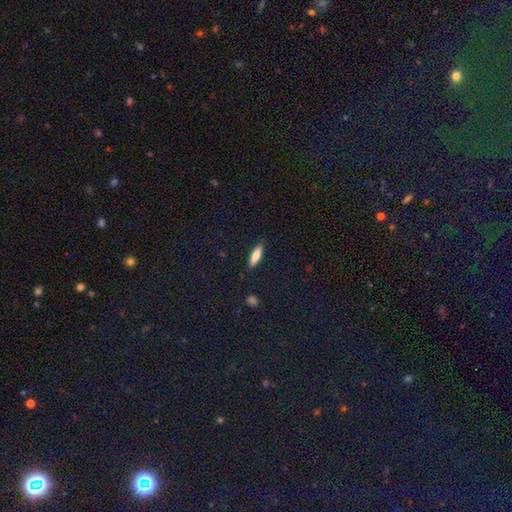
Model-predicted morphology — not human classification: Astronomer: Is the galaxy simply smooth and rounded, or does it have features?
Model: smooth — 75%.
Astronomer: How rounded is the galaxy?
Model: cigar-shaped — 63%.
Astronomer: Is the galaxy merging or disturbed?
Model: none — 87%.